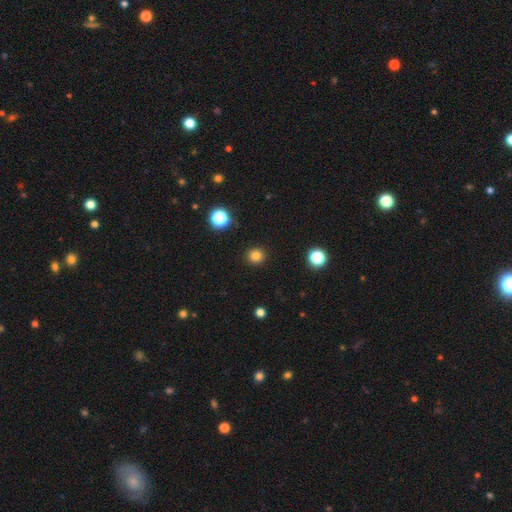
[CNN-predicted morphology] A smooth galaxy with no disk features (82%) that is round (92%). Merging: none (92%).